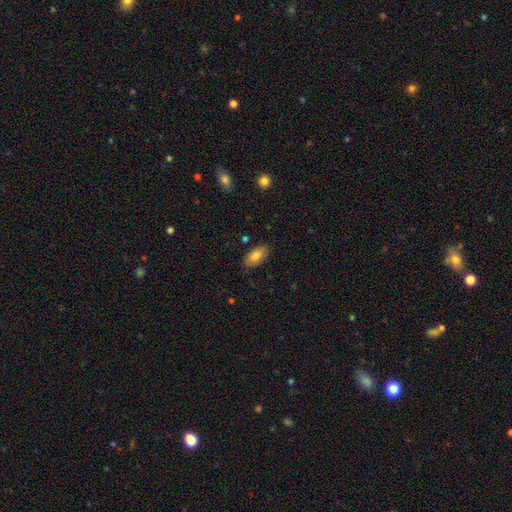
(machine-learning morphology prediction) type=smooth (79%); roundness=in between (93%); merging=none (85%).